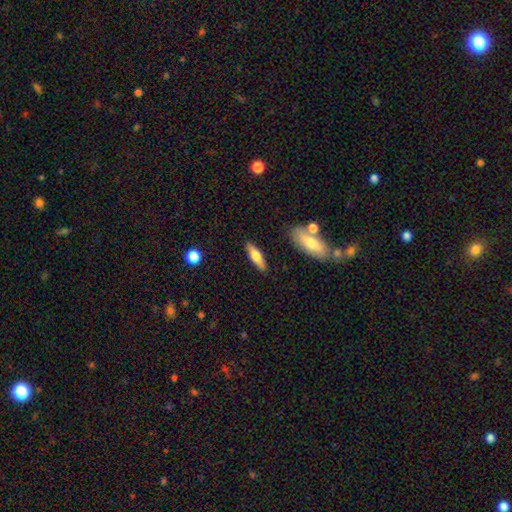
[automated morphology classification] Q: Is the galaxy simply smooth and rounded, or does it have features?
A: smooth — 58%.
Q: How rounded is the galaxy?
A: cigar-shaped — 60%.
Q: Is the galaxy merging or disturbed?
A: none — 85%.